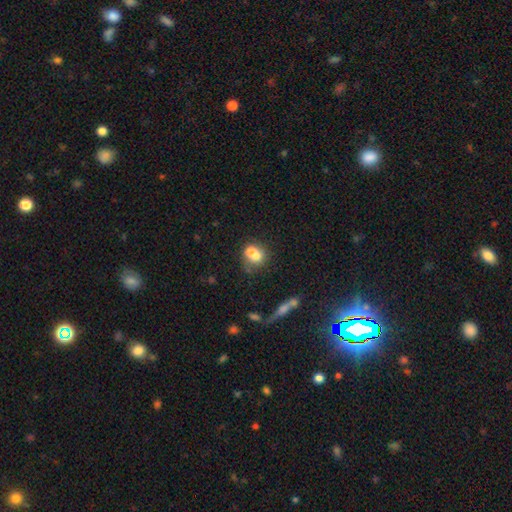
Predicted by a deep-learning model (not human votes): Smooth or featured?
  - smooth: 65% *
  - featured or disk: 24%
  - star or artifact: 12%
How rounded?
  - round: 68% *
  - in between: 31%
  - cigar-shaped: 1%
Merging?
  - merger: 59% *
  - none: 27%
  - minor disturbance: 8%
  - major disturbance: 5%